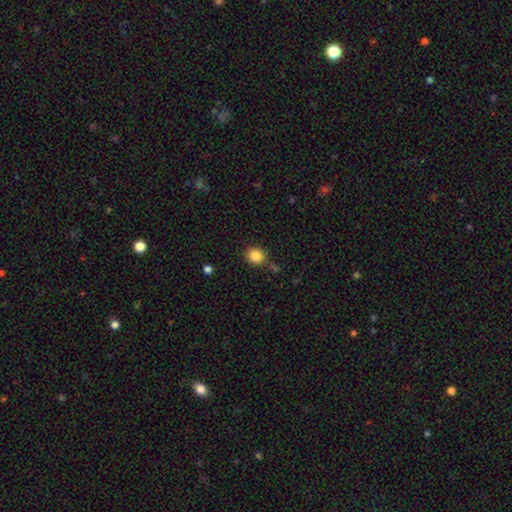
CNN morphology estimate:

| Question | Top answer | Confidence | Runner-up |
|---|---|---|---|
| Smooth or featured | smooth | 86% | star or artifact (10%) |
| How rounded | round | 76% | in between (23%) |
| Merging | none | 79% | minor disturbance (12%) |